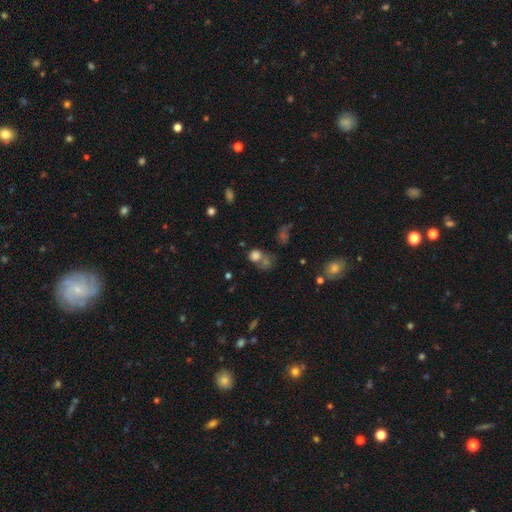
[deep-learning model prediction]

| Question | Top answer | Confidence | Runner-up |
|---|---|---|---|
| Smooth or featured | smooth | 72% | star or artifact (18%) |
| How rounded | round | 73% | in between (25%) |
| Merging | none | 43% | merger (35%) |